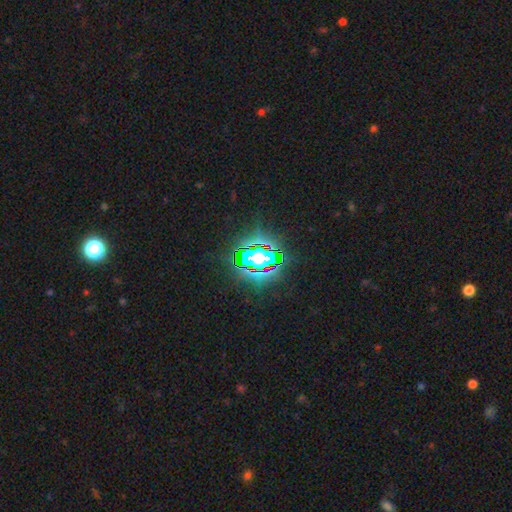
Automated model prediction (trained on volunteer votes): smooth-or-featured: star or artifact: 82% | smooth: 10% | featured or disk: 8%